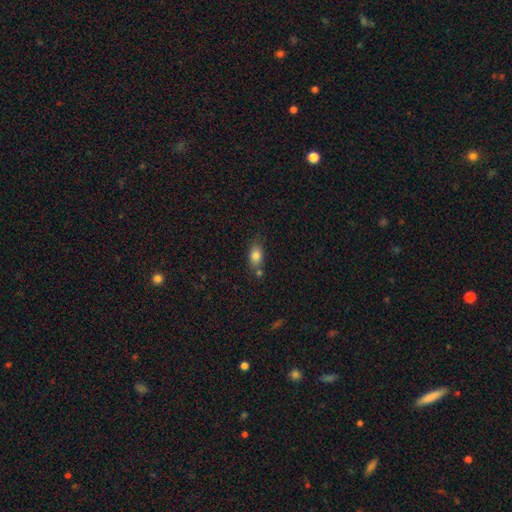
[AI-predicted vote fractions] Smooth or featured?
  - smooth: 82% *
  - star or artifact: 9%
  - featured or disk: 9%
How rounded?
  - in between: 81% *
  - round: 15%
  - cigar-shaped: 4%
Merging?
  - none: 62% *
  - merger: 17%
  - minor disturbance: 16%
  - major disturbance: 4%